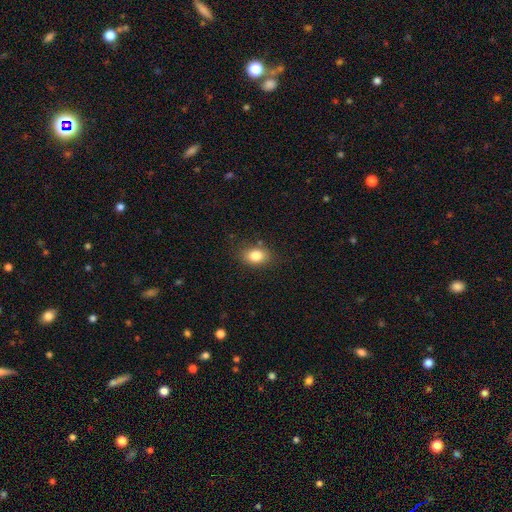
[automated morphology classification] smooth 83%, star or artifact 10%, featured or disk 8%. Down the decision tree: how rounded — in between (75%); merging — none (81%).